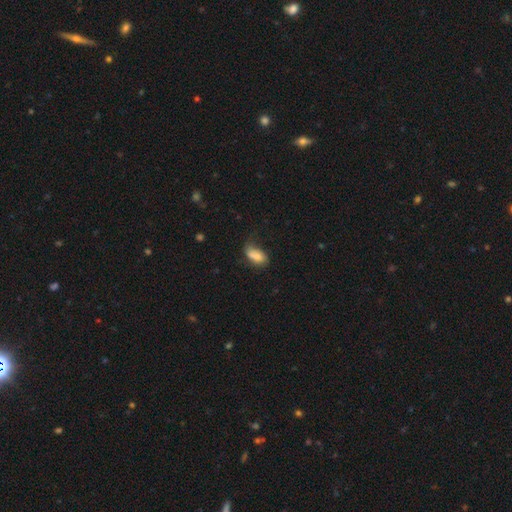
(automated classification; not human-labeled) A smooth galaxy with no disk features (79%) that is in between round and cigar-shaped (90%). Merging: none (44%).